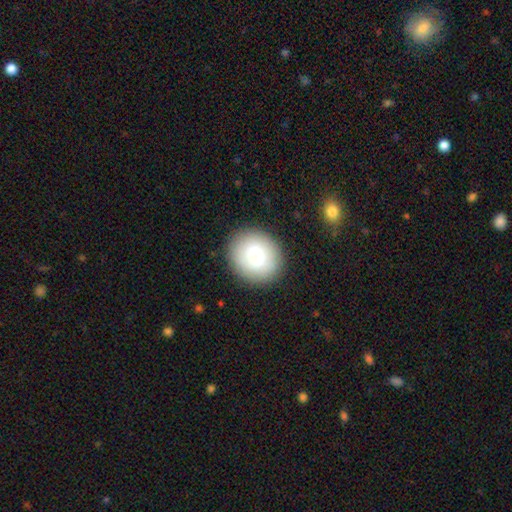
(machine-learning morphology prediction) Smooth or featured? Predicted: smooth (p=0.76). How rounded? Predicted: round (p=0.82). Merging? Predicted: none (p=0.89).